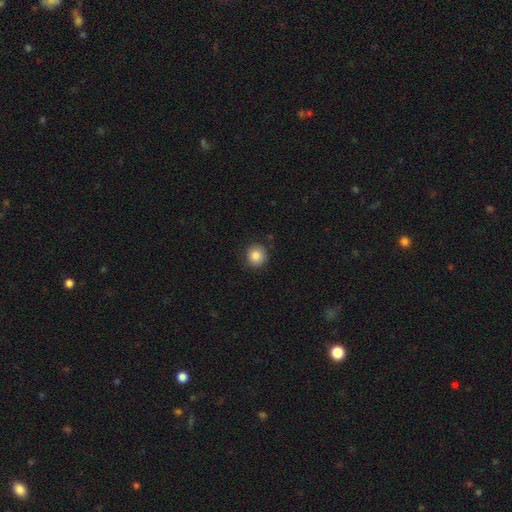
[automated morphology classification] The model was most divided on "smooth or featured": smooth: 86%, star or artifact: 9%, featured or disk: 5%. More confident: how rounded — round (91%); merging — none (88%).